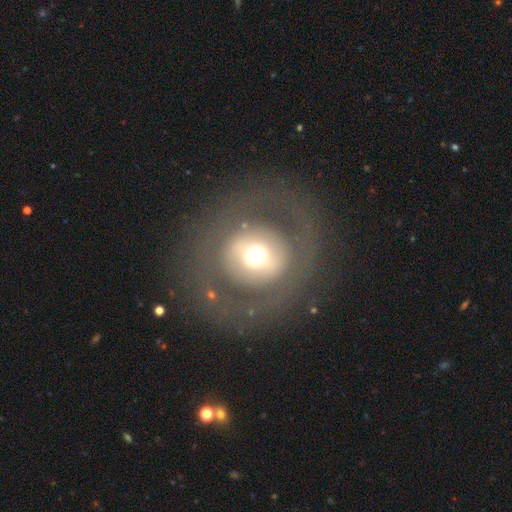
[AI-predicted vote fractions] This appears to be a smooth galaxy with no disk features (49%). Merging: none (75%).